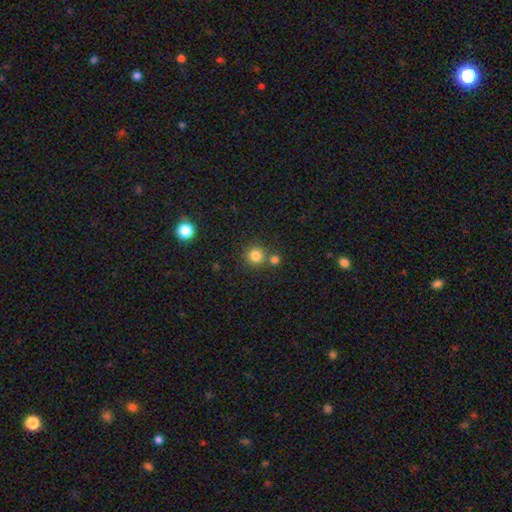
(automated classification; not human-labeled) This is clearly a smooth galaxy (82%). How rounded: clearly round (92%). Merging: likely none (70%).